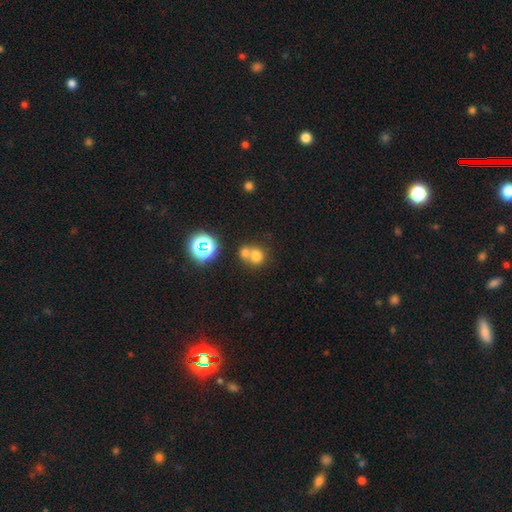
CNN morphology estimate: The model was most divided on "merging": merger: 53%, none: 38%, minor disturbance: 6%, major disturbance: 3%. More confident: how rounded — round (81%); smooth or featured — smooth (69%).